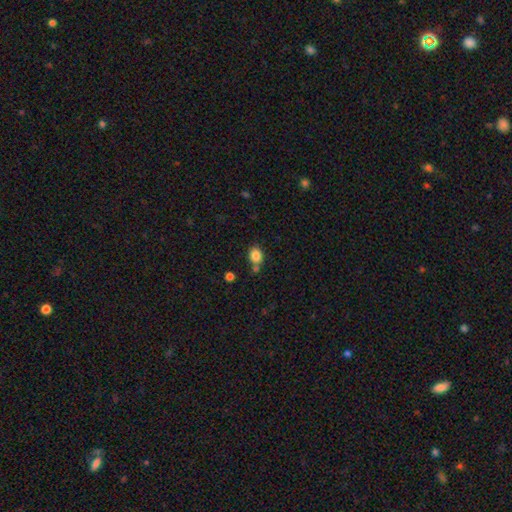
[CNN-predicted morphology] Smooth or featured?
  - smooth: 84% *
  - star or artifact: 10%
  - featured or disk: 6%
How rounded?
  - round: 50% *
  - in between: 49%
  - cigar-shaped: 1%
Merging?
  - none: 66% *
  - merger: 16%
  - minor disturbance: 14%
  - major disturbance: 4%